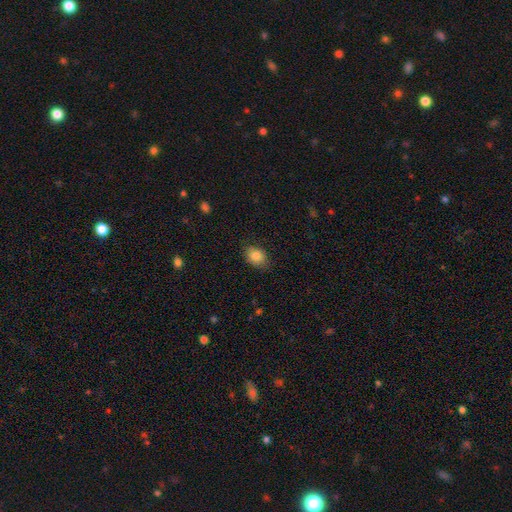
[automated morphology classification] smooth 84%, star or artifact 9%, featured or disk 8%. Down the decision tree: how rounded — in between (68%); merging — none (81%).